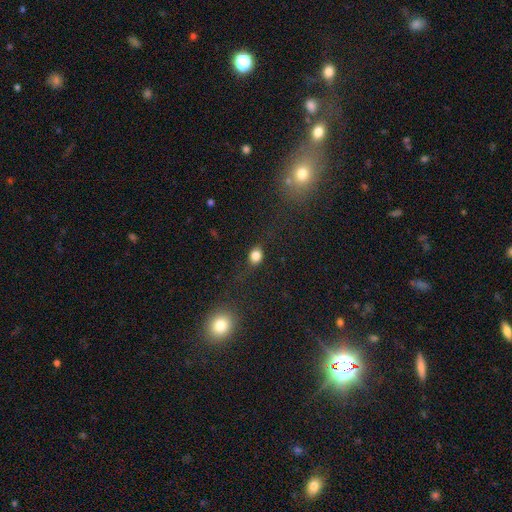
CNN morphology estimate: smooth 79%, star or artifact 12%, featured or disk 9%. Down the decision tree: how rounded — in between (50%); merging — none (75%).